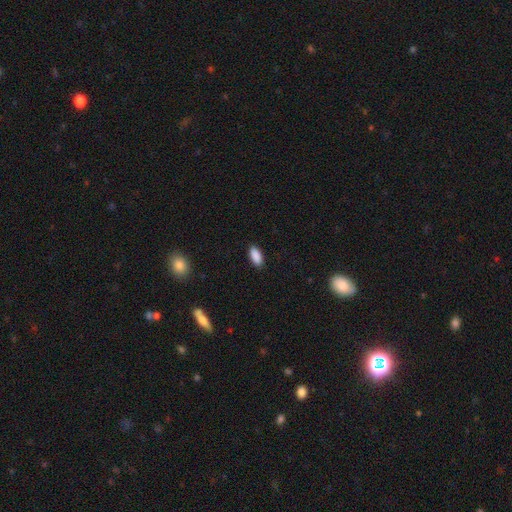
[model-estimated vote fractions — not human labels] Q: Smooth or featured?
A: smooth (90%); runner-up: star or artifact (7%)
Q: How rounded?
A: in between (87%); runner-up: cigar-shaped (11%)
Q: Merging?
A: none (89%); runner-up: minor disturbance (8%)